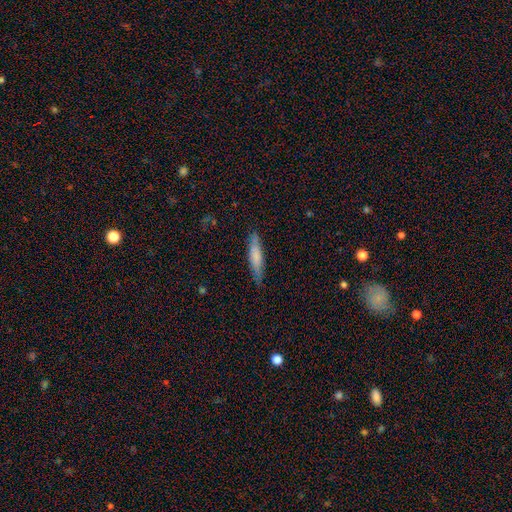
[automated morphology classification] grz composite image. It shows a smooth galaxy with no disk features (70%) that is cigar-shaped (87%). Merging: none (83%).